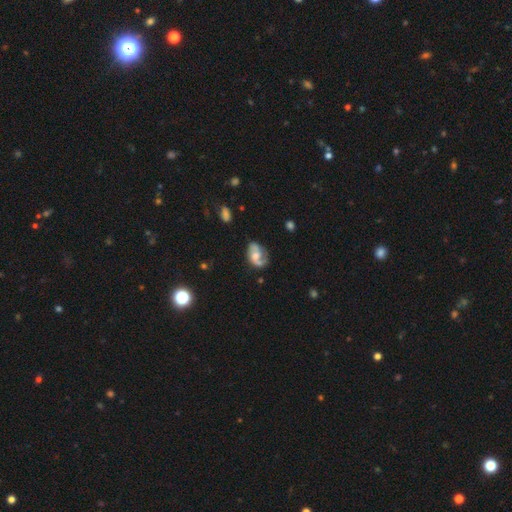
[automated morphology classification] featured or disk 67%, smooth 26%, star or artifact 8%. Down the decision tree: edge-on disk — no (97%); bar — no (63%); spiral arms — yes (85%); spiral arm count — 2 (70%); spiral winding — medium (42%); bulge size — moderate (59%); merging — none (54%).